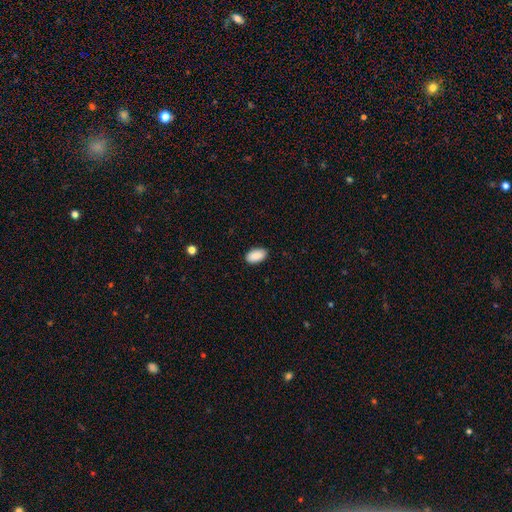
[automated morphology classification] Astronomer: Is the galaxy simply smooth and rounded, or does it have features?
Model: smooth — 90%.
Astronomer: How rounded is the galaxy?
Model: in between — 95%.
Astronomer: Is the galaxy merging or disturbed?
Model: none — 88%.